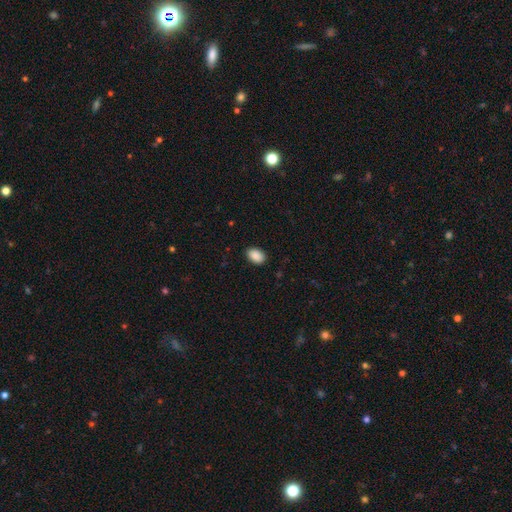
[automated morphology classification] A smooth galaxy with no disk features (90%) that is in between round and cigar-shaped (84%).

Vote fractions:
- Smooth or featured? smooth: 90% / star or artifact: 7% / featured or disk: 3%
- How rounded? in between: 84% / round: 15% / cigar-shaped: 1%
- Merging? none: 89% / minor disturbance: 8% / major disturbance: 2% / merger: 1%